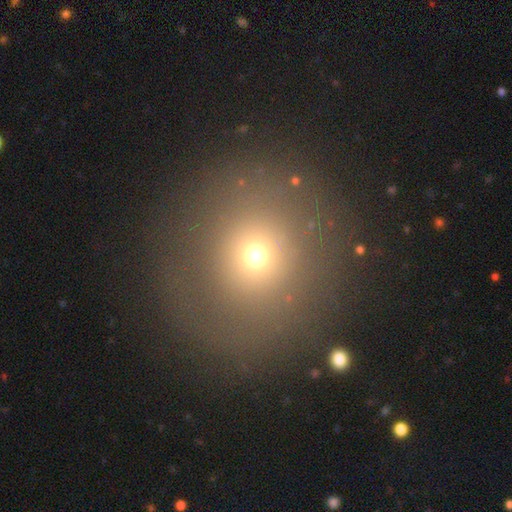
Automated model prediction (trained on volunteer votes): Smooth or featured? smooth (66%)
How rounded? round (87%)
Merging? none (83%)